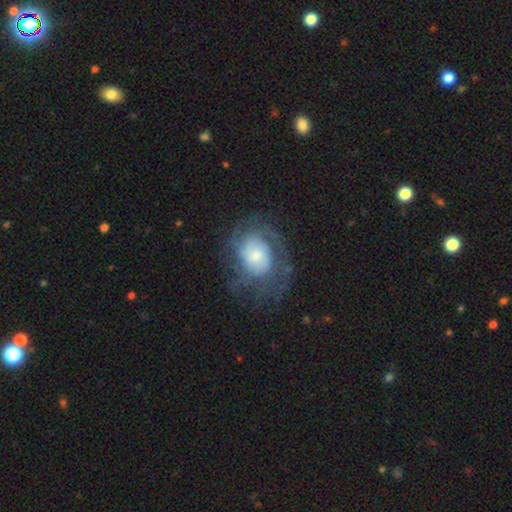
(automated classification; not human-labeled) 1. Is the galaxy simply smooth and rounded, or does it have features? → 67% featured or disk, 25% smooth, 8% star or artifact.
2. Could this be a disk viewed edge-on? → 97% no, 3% yes.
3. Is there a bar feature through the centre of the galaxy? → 72% no, 24% weak, 4% strong.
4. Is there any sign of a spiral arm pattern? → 82% yes, 18% no.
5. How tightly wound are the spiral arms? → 47% tight, 36% medium, 17% loose.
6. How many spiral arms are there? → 47% can't tell, 20% 2, 13% 3, 8% 4, 7% 1, 5% more than 4.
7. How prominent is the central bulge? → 36% moderate, 29% small, 27% large, 5% none, 4% dominant.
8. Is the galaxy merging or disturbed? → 58% none, 21% major disturbance, 19% minor disturbance, 2% merger.